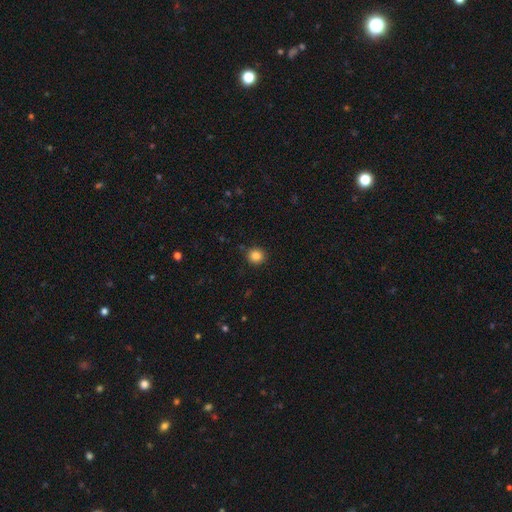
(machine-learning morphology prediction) type=smooth (85%); roundness=round (90%); merging=none (89%).